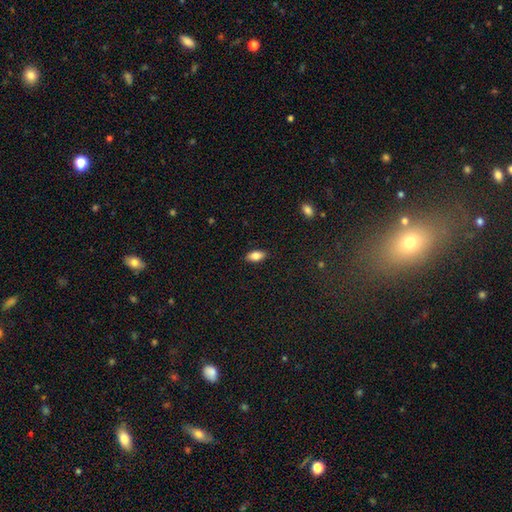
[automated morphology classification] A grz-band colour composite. It shows a smooth galaxy with no disk features (83%) that is in between round and cigar-shaped (91%). Merging: none (89%).